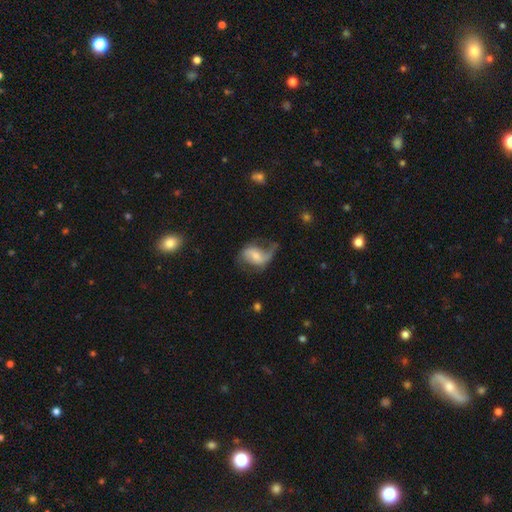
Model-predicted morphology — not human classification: This is likely a featured or disk galaxy (68%). It is clearly not viewed edge-on (97%). Bar: marginally weak (45%). Spiral arm pattern: clearly yes (89%). Spiral arm count: likely 2 (62%). Spiral winding: likely loose (62%). Central bulge: marginally small (44%). Merging: marginally none (42%).